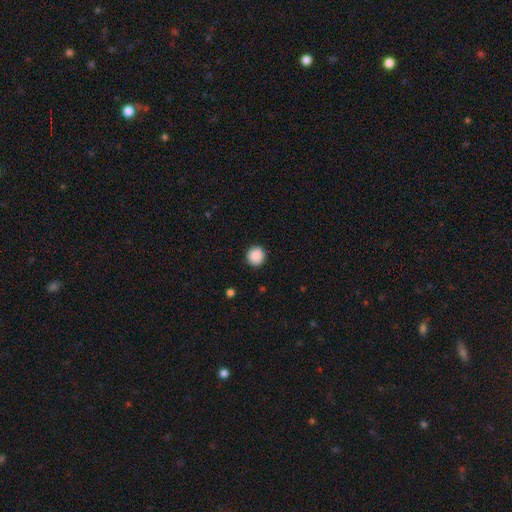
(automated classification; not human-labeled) smooth 89%, star or artifact 9%, featured or disk 2%. Down the decision tree: how rounded — round (93%); merging — none (91%).